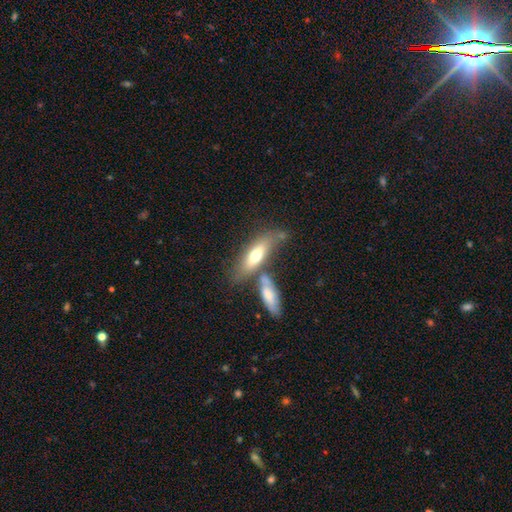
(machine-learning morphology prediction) Q: Smooth or featured?
A: smooth (61%); runner-up: featured or disk (32%)
Q: How rounded?
A: in between (50%); runner-up: cigar-shaped (48%)
Q: Merging?
A: none (48%); runner-up: merger (33%)